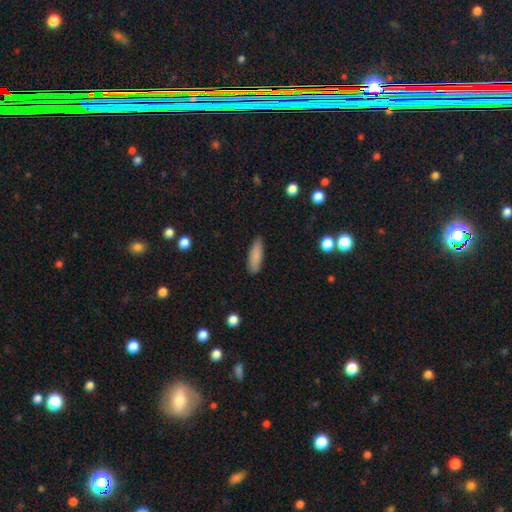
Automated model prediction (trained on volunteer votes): Overall: smooth (85%). How rounded: cigar-shaped (51%; in between 48%). Merging: none (86%).